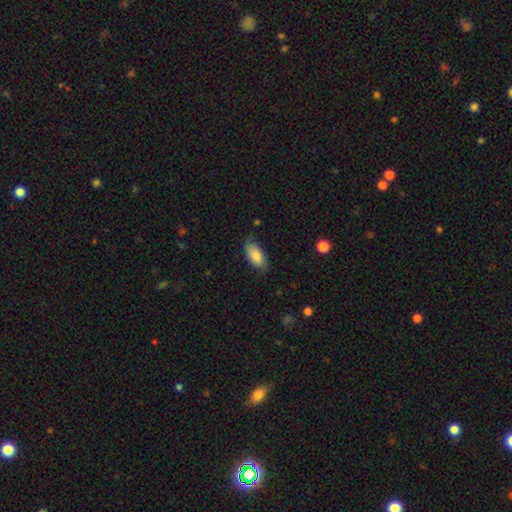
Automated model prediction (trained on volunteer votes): This is clearly a smooth galaxy (84%). How rounded: clearly in between (89%). Merging: likely none (76%).